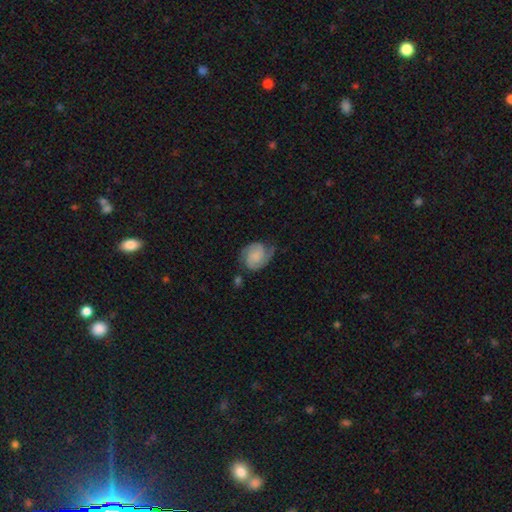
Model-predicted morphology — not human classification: smooth_or_featured: featured or disk (p=0.79) [alt: smooth p=0.14]
disk_edge_on: no (p=0.98) [alt: yes p=0.02]
bar: no (p=0.64) [alt: weak p=0.29]
has_spiral_arms: yes (p=0.97) [alt: no p=0.03]
spiral_winding: tight (p=0.44) [alt: medium p=0.43]
spiral_arm_count: 2 (p=0.89) [alt: can't tell p=0.04]
bulge_size: none (p=0.48) [alt: small p=0.28]
merging: none (p=0.68) [alt: minor disturbance p=0.21]